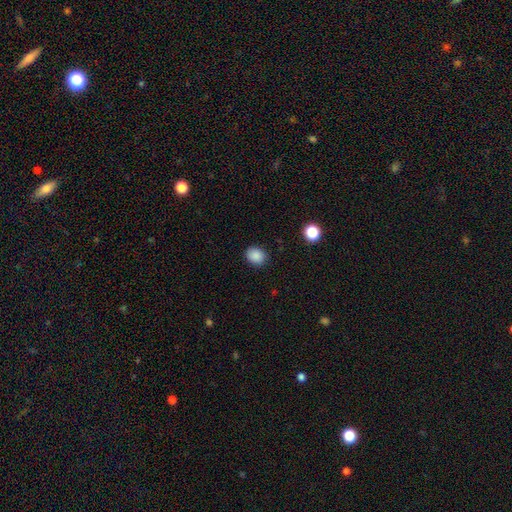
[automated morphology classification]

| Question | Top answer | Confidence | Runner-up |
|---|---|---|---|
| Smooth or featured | smooth | 87% | star or artifact (10%) |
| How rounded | round | 56% | in between (43%) |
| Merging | none | 87% | minor disturbance (9%) |